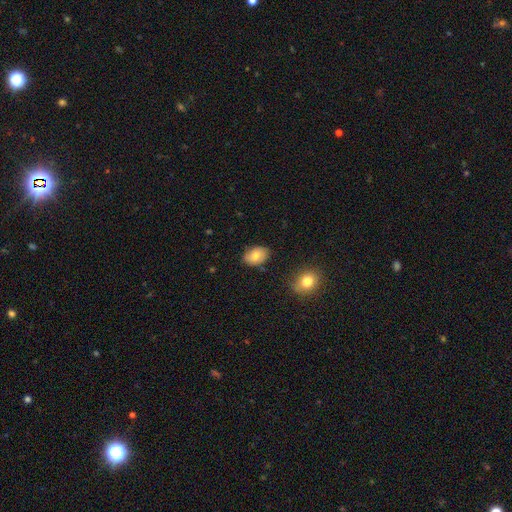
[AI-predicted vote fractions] Smooth or featured? Predicted: smooth (p=0.74). How rounded? Predicted: in between (p=0.78). Merging? Predicted: none (p=0.79).